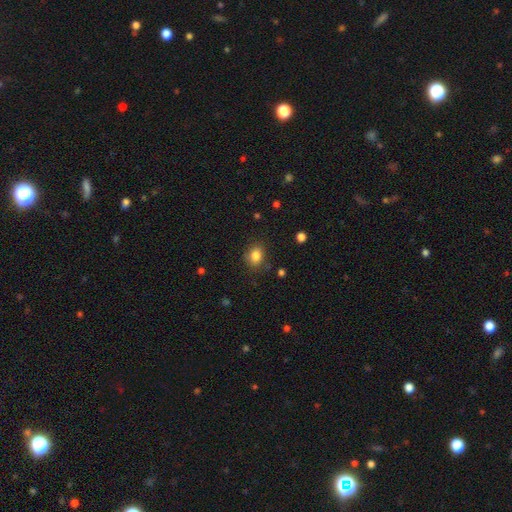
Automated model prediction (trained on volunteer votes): The model was most divided on "how rounded": in between: 53%, round: 46%, cigar-shaped: 1%. More confident: smooth or featured — smooth (83%); merging — none (80%).